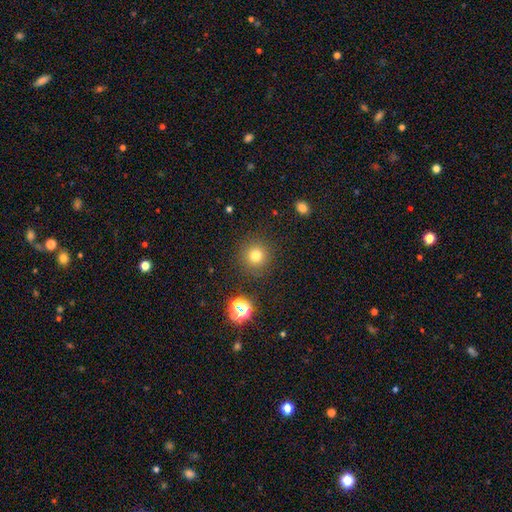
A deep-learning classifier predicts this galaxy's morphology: Q: Smooth or featured?
A: smooth (76%); runner-up: star or artifact (17%)
Q: How rounded?
A: round (94%); runner-up: in between (5%)
Q: Merging?
A: none (88%); runner-up: minor disturbance (7%)